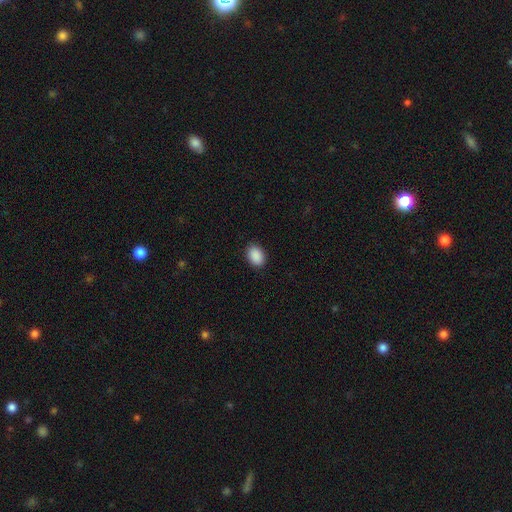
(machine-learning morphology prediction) Q: Smooth or featured?
A: smooth (90%); runner-up: star or artifact (7%)
Q: How rounded?
A: in between (80%); runner-up: round (19%)
Q: Merging?
A: none (90%); runner-up: minor disturbance (8%)